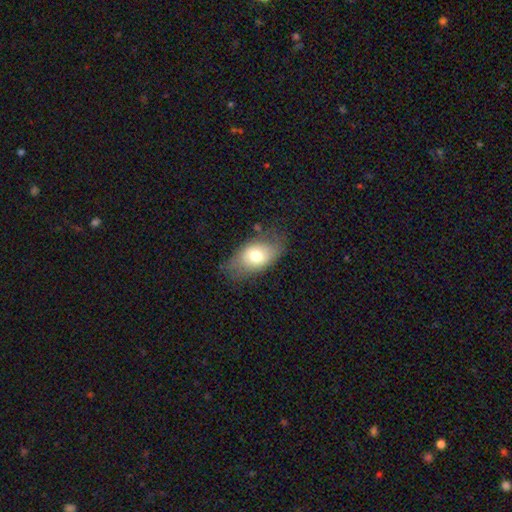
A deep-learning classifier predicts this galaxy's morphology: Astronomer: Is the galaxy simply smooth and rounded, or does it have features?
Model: smooth — 70%.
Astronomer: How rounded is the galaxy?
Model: in between — 86%.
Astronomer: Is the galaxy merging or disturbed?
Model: none — 65%.